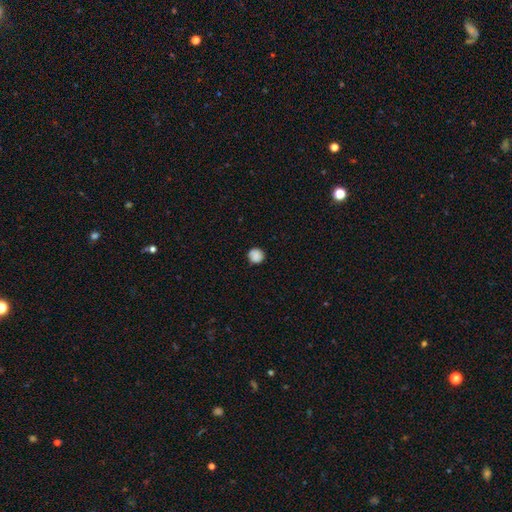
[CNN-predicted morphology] Smooth or featured? Predicted: smooth (p=0.86). How rounded? Predicted: round (p=0.93). Merging? Predicted: none (p=0.85).